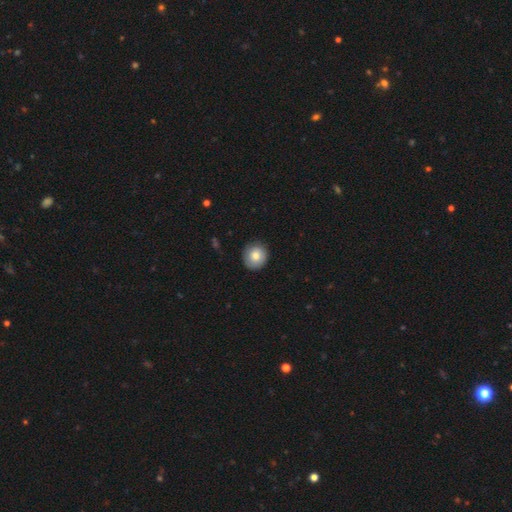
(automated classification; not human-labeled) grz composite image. It shows a smooth galaxy with no disk features (78%) that is round (91%). Merging: none (86%).